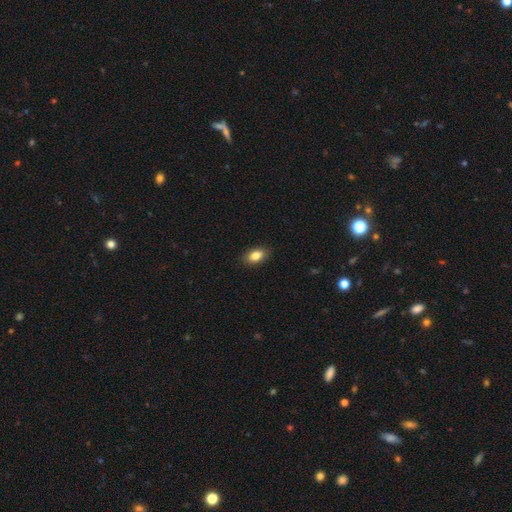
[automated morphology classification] Smooth or featured? Predicted: smooth (p=0.84). How rounded? Predicted: in between (p=0.88). Merging? Predicted: none (p=0.89).